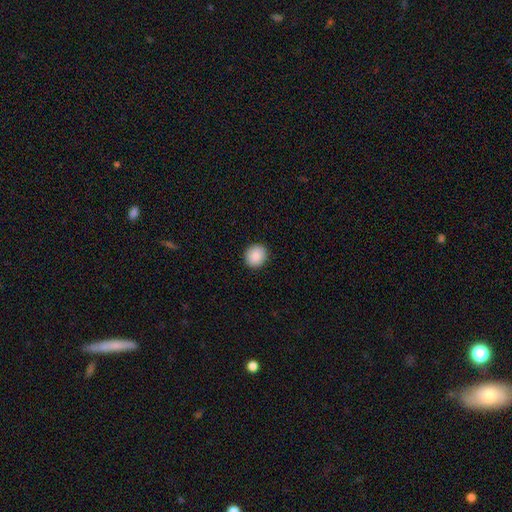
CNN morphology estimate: Smooth or featured? smooth (89%)
How rounded? round (82%)
Merging? none (91%)